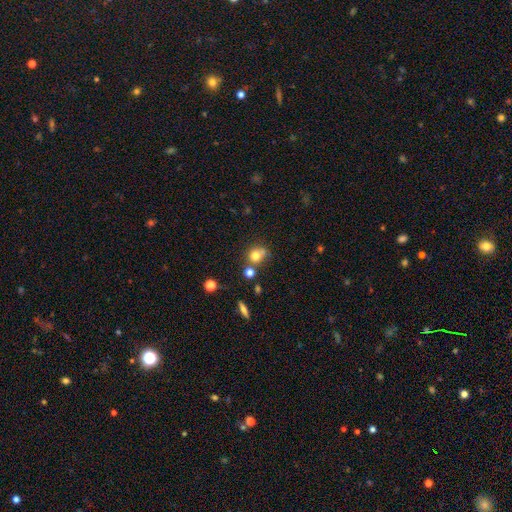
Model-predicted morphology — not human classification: Smooth or featured?
  - smooth: 75% *
  - star or artifact: 14%
  - featured or disk: 11%
How rounded?
  - round: 80% *
  - in between: 19%
  - cigar-shaped: 1%
Merging?
  - none: 51% *
  - merger: 29%
  - minor disturbance: 15%
  - major disturbance: 6%